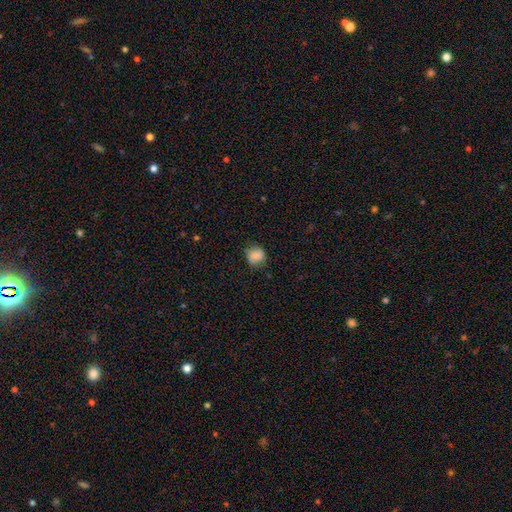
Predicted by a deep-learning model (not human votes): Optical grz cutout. It shows a smooth galaxy with no disk features (81%) that is round (81%). Merging: none (74%).